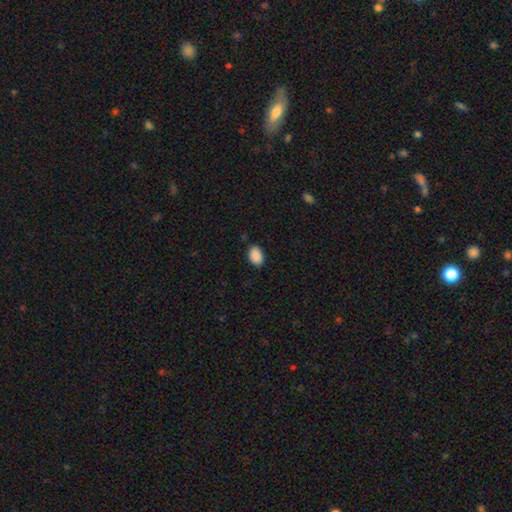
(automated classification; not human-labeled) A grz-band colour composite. It shows a smooth galaxy with no disk features (90%) that is in between round and cigar-shaped (83%). Merging: none (85%).